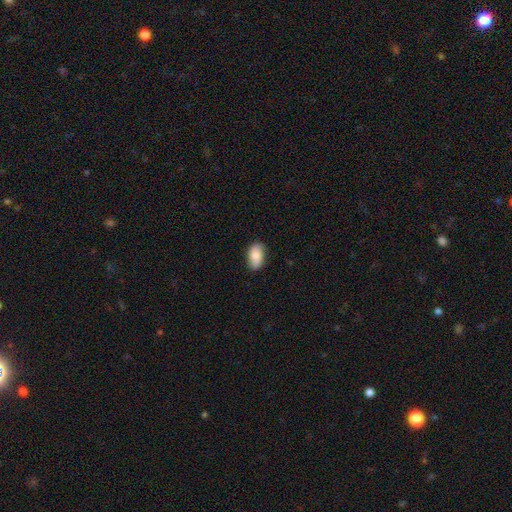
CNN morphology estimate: smooth 77%, featured or disk 15%, star or artifact 7%. Down the decision tree: how rounded — in between (91%); merging — none (78%).